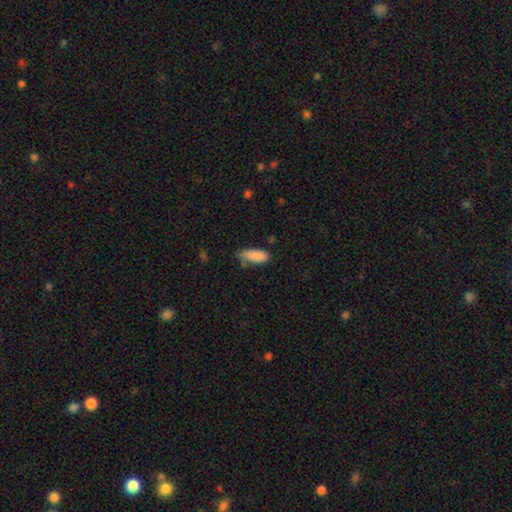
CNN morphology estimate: Smooth or featured? Predicted: smooth (p=0.88). How rounded? Predicted: in between (p=0.71). Merging? Predicted: none (p=0.60).